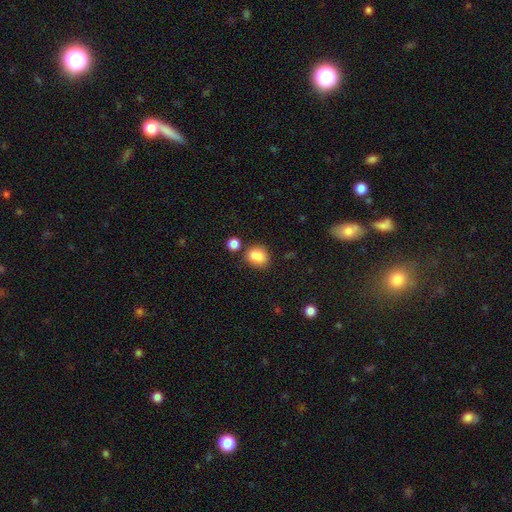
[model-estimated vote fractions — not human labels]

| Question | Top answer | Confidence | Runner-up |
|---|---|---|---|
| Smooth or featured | smooth | 86% | star or artifact (9%) |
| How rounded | in between | 62% | round (37%) |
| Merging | none | 67% | minor disturbance (16%) |